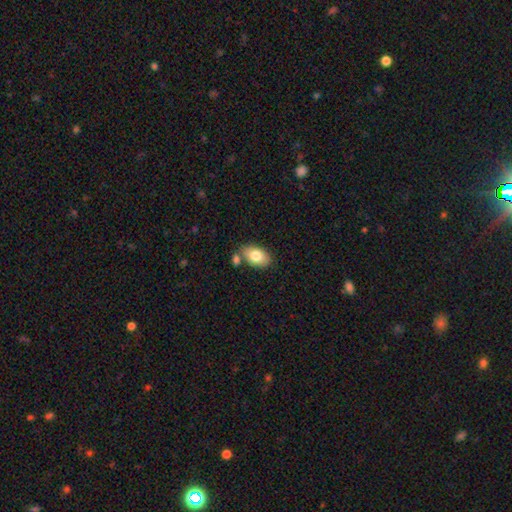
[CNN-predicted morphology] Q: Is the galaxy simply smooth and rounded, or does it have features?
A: smooth — 80%.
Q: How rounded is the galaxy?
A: in between — 90%.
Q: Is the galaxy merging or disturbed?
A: none — 69%.